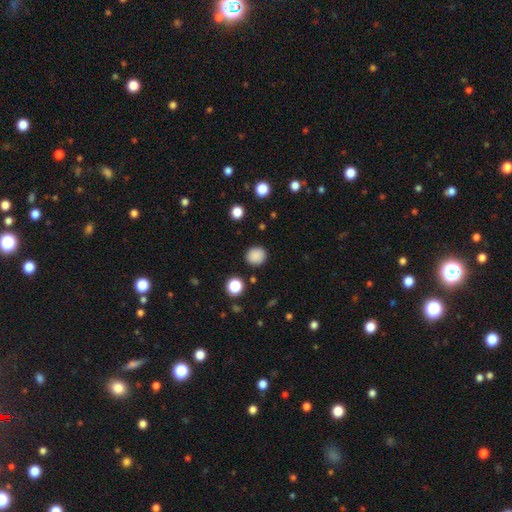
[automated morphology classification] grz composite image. It shows a smooth galaxy with no disk features (86%) that is round (85%). Merging: none (87%).